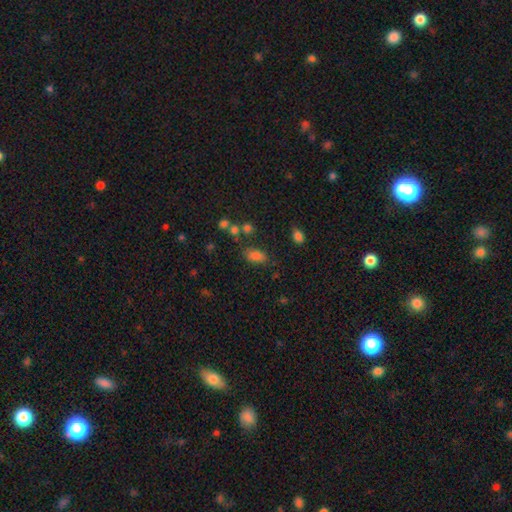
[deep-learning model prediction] smooth-or-featured: smooth: 79% | star or artifact: 14% | featured or disk: 7%
  how-rounded: in between: 89% | round: 7% | cigar-shaped: 3%
  merging: none: 67% | minor disturbance: 18% | merger: 7% | major disturbance: 7%